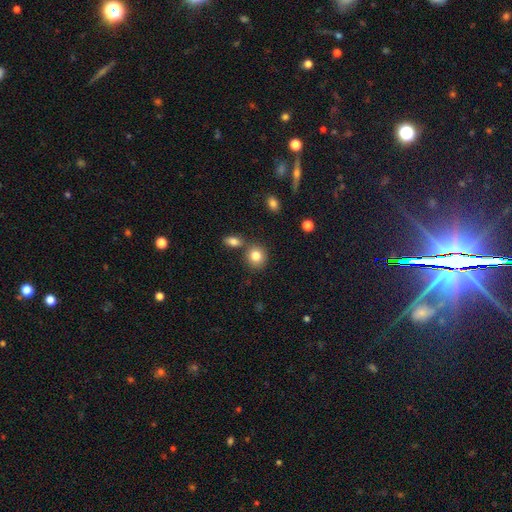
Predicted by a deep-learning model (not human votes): This is clearly a smooth galaxy (83%). How rounded: likely round (80%). Merging: likely none (71%).